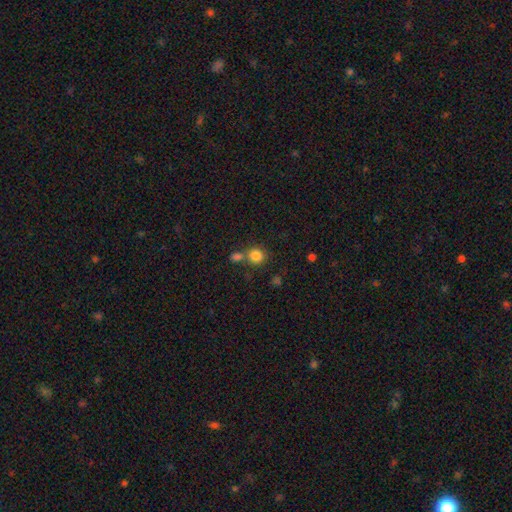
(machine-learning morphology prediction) Smooth or featured? smooth (84%)
How rounded? round (87%)
Merging? none (59%)